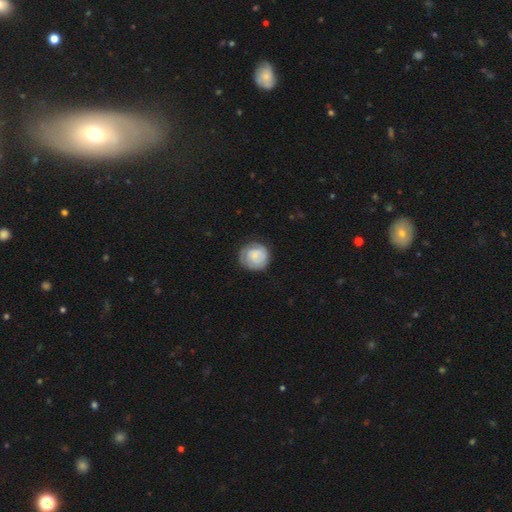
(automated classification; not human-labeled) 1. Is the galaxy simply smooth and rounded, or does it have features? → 55% smooth, 38% featured or disk, 7% star or artifact.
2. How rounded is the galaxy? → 88% round, 11% in between, 1% cigar-shaped.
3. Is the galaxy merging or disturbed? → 72% none, 20% minor disturbance, 7% major disturbance, 1% merger.